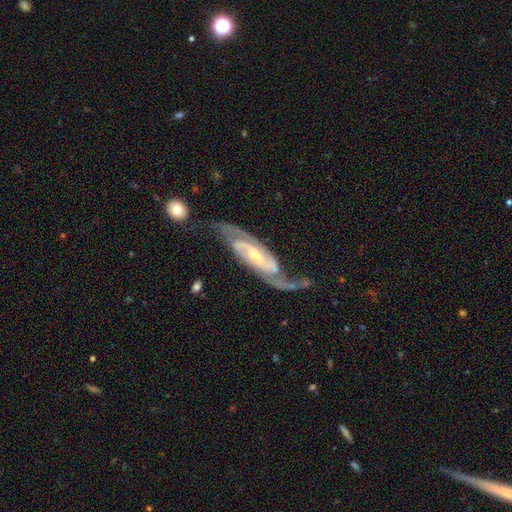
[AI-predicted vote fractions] Morphology: type=featured or disk (91%); edge-on=no (91%); bar=weak (44%); spiral arms=yes (98%); winding=medium (50%); arm count=2 (89%); bulge=small (46%); merging=none (64%).